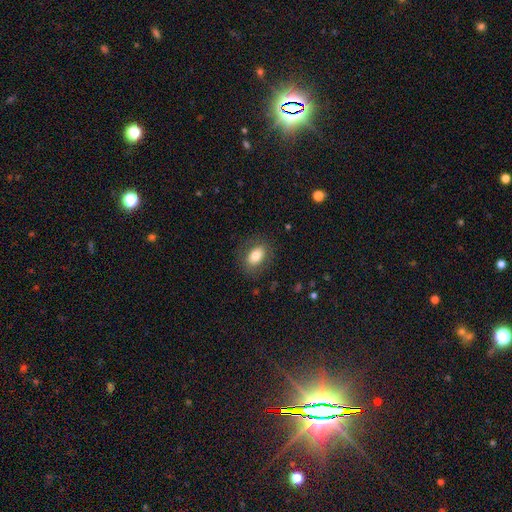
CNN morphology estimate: smooth 78%, featured or disk 14%, star or artifact 8%. Down the decision tree: how rounded — in between (83%); merging — none (81%).